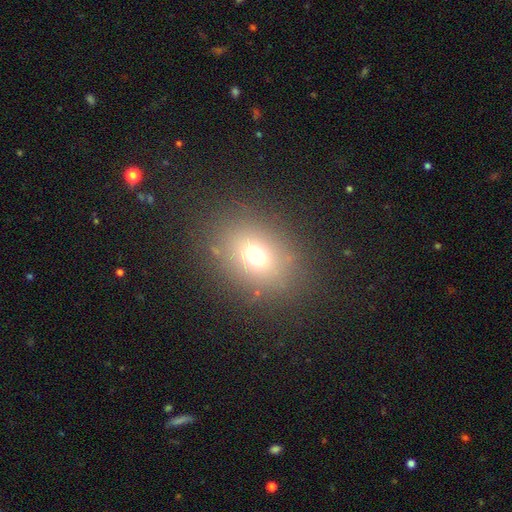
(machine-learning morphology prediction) The model was most divided on "how rounded": in between: 51%, round: 47%, cigar-shaped: 1%. More confident: merging — none (81%); smooth or featured — smooth (68%).